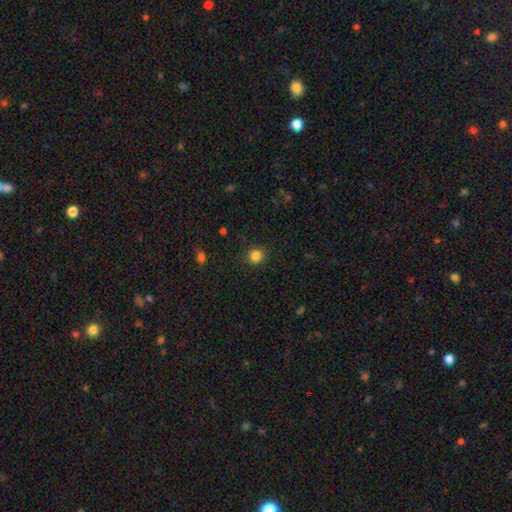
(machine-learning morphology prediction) This is clearly a smooth galaxy (84%). How rounded: clearly round (91%). Merging: clearly none (88%).